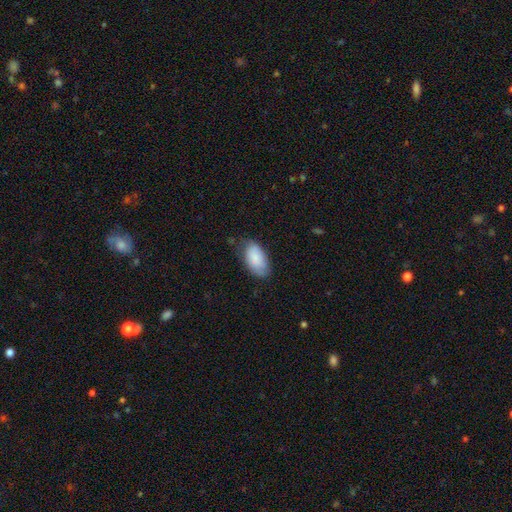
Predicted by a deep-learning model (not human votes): A smooth galaxy with no disk features (84%) that is in between round and cigar-shaped (95%). Merging: none (68%).